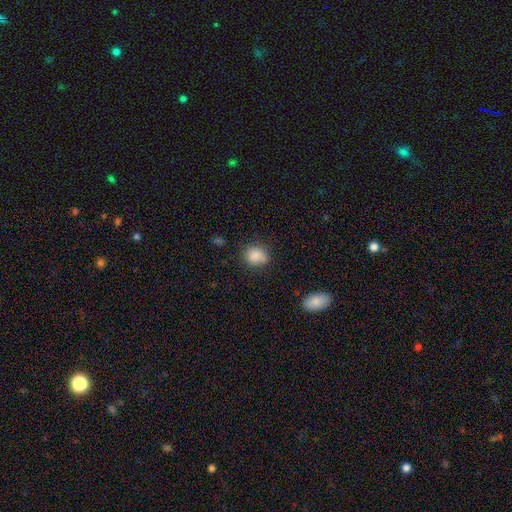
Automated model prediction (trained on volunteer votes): This appears to be a smooth galaxy with no disk features (86%) that is round (56%). Merging: none (73%).